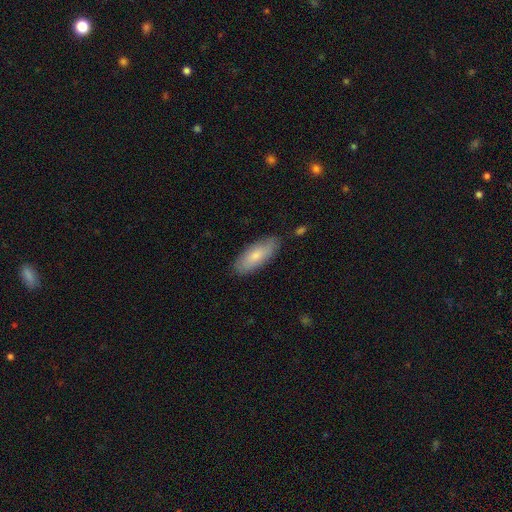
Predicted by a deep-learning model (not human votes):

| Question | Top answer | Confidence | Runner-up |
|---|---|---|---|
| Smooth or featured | smooth | 77% | featured or disk (18%) |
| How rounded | in between | 76% | cigar-shaped (22%) |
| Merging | none | 81% | minor disturbance (14%) |